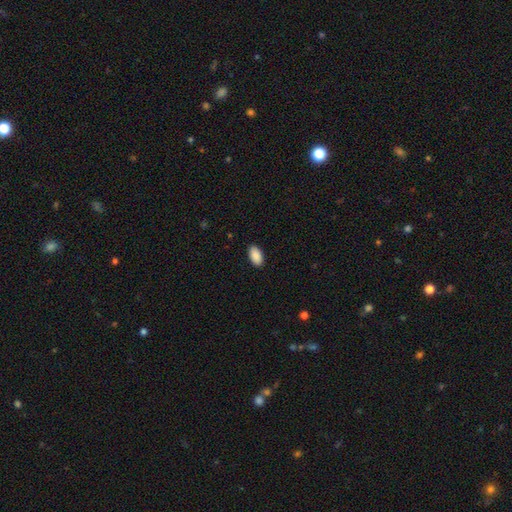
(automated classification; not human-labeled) smooth_or_featured: smooth (p=0.91) [alt: star or artifact p=0.06]
how_rounded: in between (p=0.95) [alt: round p=0.03]
merging: none (p=0.90) [alt: minor disturbance p=0.08]